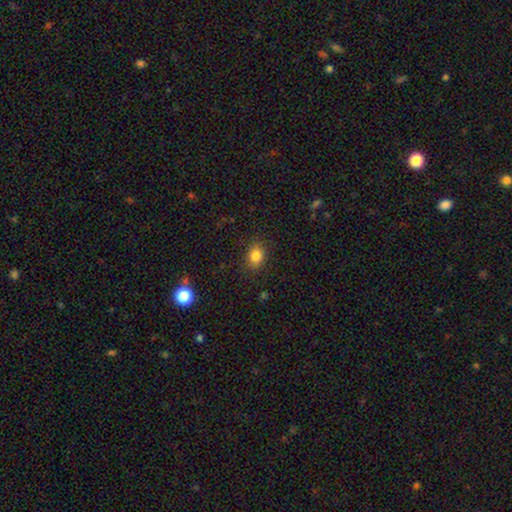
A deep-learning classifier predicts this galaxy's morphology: smooth_or_featured: smooth (p=0.83) [alt: star or artifact p=0.11]
how_rounded: in between (p=0.52) [alt: round p=0.47]
merging: none (p=0.85) [alt: minor disturbance p=0.10]